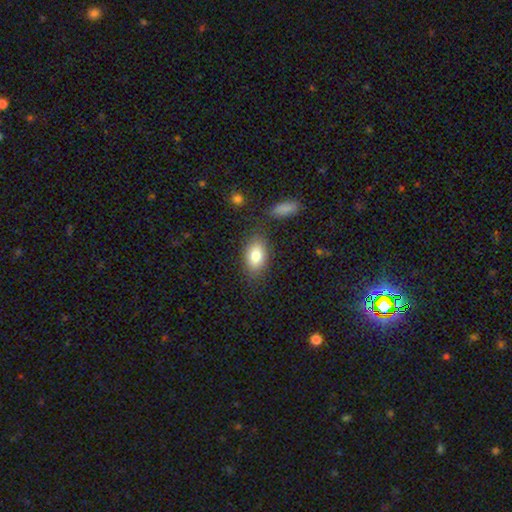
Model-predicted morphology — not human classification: Smooth or featured? smooth (82%)
How rounded? in between (89%)
Merging? none (78%)